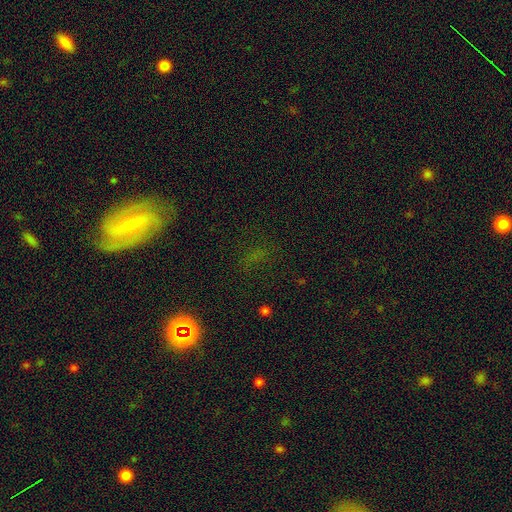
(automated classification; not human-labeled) Smooth or featured: star or artifact — 44% (smooth — 29%)